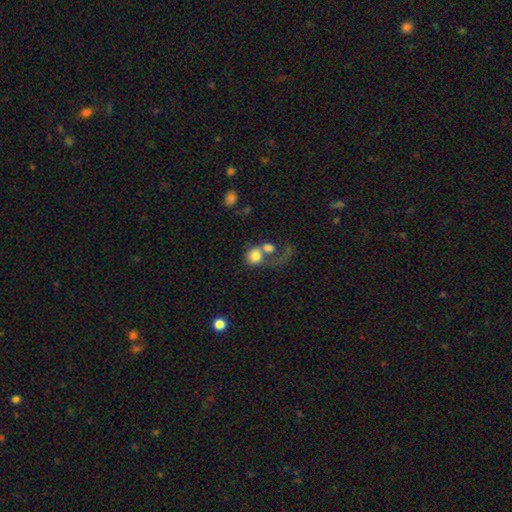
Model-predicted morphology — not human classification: The model was most divided on "merging": merger: 57%, major disturbance: 19%, none: 17%, minor disturbance: 7%. More confident: smooth or featured — smooth (70%); how rounded — round (70%).